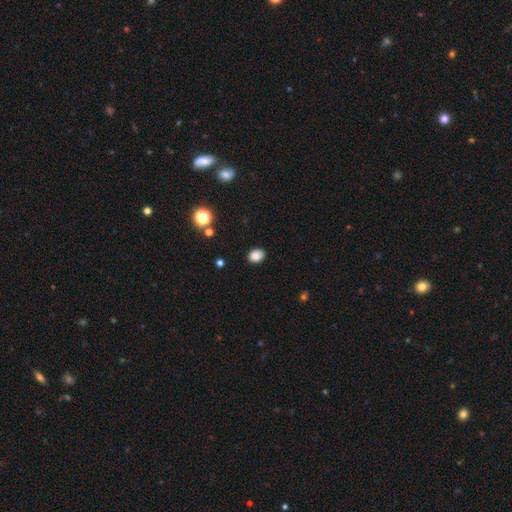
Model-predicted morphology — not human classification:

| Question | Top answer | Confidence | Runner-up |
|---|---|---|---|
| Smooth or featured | smooth | 85% | star or artifact (11%) |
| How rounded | in between | 58% | round (41%) |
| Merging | none | 87% | minor disturbance (10%) |